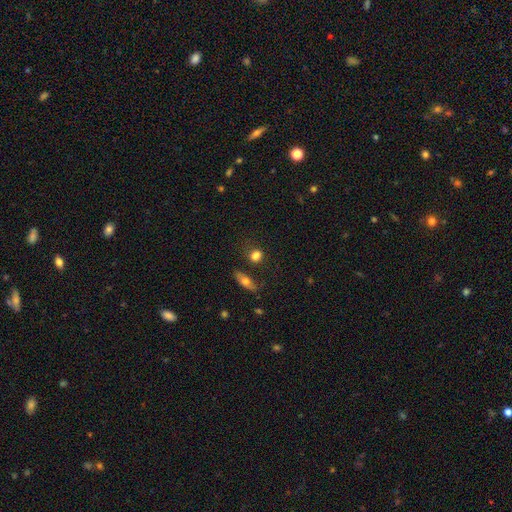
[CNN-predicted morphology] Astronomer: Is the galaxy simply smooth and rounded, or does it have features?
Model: smooth — 78%.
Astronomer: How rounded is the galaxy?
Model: round — 54% (runner-up: in between, 41%).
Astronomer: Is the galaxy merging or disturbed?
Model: none — 68%.